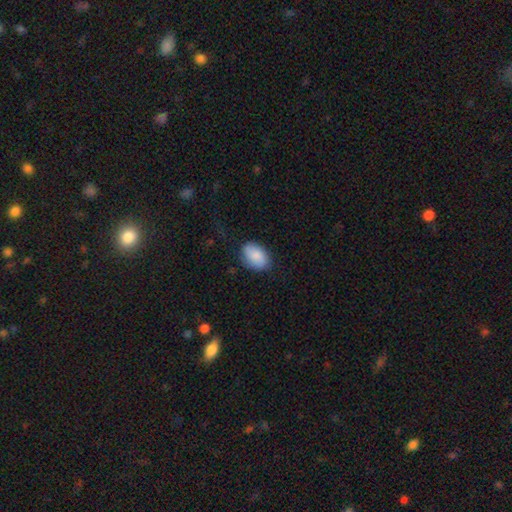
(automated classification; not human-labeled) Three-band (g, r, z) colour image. It shows a smooth galaxy with no disk features (85%) that is in between round and cigar-shaped (86%). Merging: none (78%).